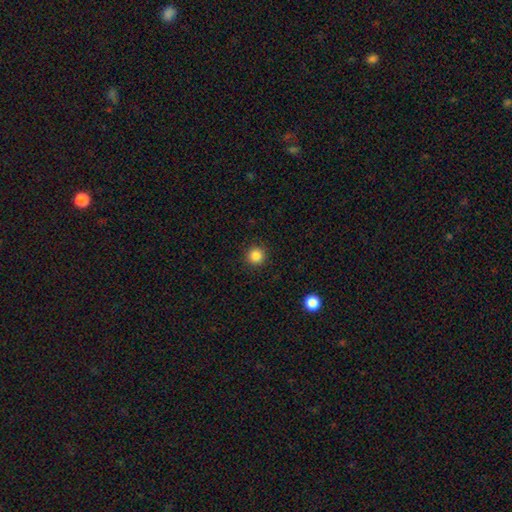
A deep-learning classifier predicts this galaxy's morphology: Overall: smooth (85%). How rounded: round (96%). Merging: none (92%).